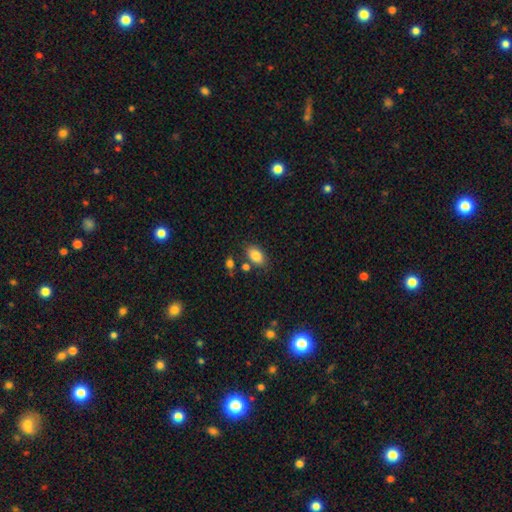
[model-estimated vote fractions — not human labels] Smooth or featured: smooth — 84% (star or artifact — 8%)
How rounded: in between — 88% (round — 10%)
Merging: none — 76% (minor disturbance — 12%)